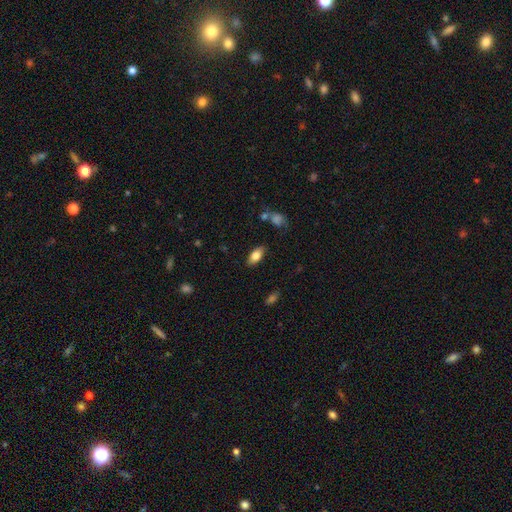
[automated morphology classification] Smooth or featured: smooth — 80% (featured or disk — 12%)
How rounded: in between — 90% (cigar-shaped — 7%)
Merging: none — 85% (minor disturbance — 11%)